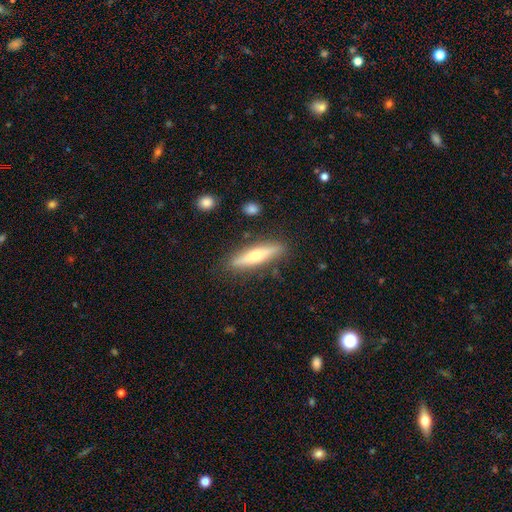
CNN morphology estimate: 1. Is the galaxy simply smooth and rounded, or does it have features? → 47% smooth, 46% featured or disk, 6% star or artifact.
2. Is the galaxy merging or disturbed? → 85% none, 10% minor disturbance, 2% major disturbance, 2% merger.